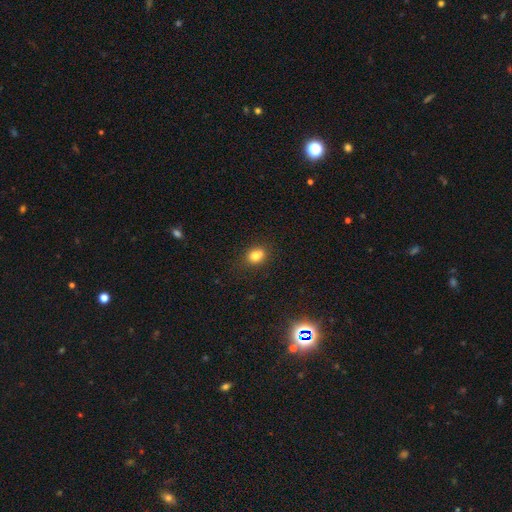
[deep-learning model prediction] smooth 79%, star or artifact 12%, featured or disk 9%. Down the decision tree: how rounded — in between (55%); merging — none (66%).